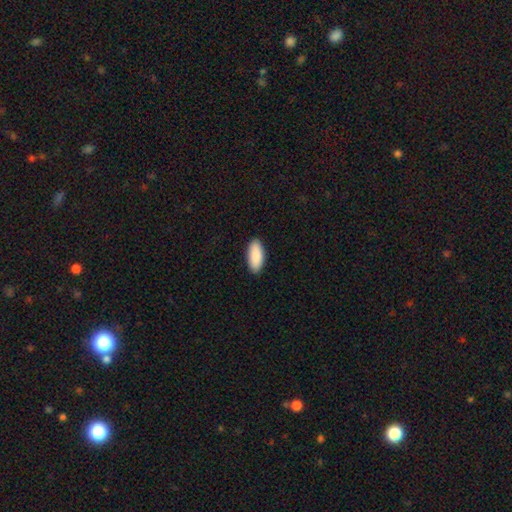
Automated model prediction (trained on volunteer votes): Smooth or featured: smooth — 91% (star or artifact — 5%)
How rounded: in between — 89% (cigar-shaped — 9%)
Merging: none — 90% (minor disturbance — 7%)